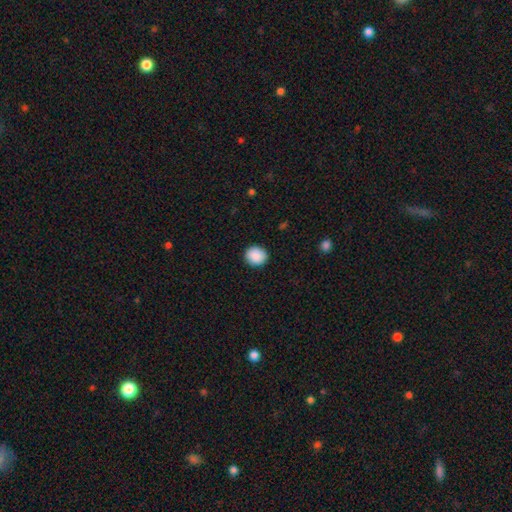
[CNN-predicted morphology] Smooth or featured? Predicted: smooth (p=0.90). How rounded? Predicted: round (p=0.80). Merging? Predicted: none (p=0.91).